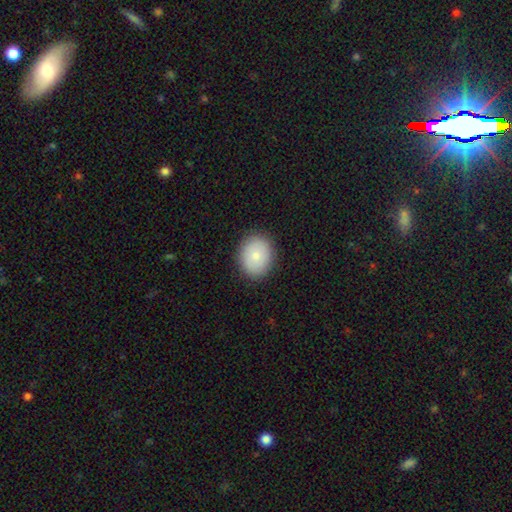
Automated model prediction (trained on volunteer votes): Smooth or featured?
  - smooth: 79% *
  - featured or disk: 13%
  - star or artifact: 7%
How rounded?
  - round: 57% *
  - in between: 42%
  - cigar-shaped: 1%
Merging?
  - none: 88% *
  - minor disturbance: 8%
  - major disturbance: 2%
  - merger: 1%